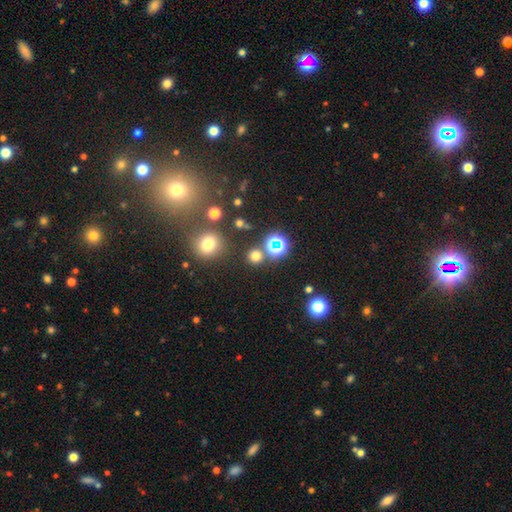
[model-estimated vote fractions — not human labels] Overall: smooth (64%; star or artifact 29%). How rounded: round (91%). Merging: none (80%).